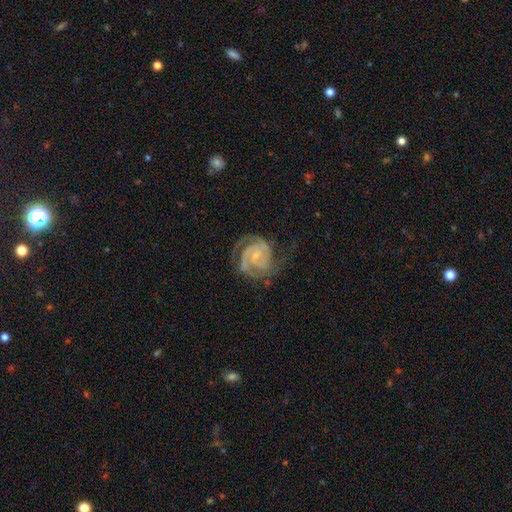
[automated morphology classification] Smooth or featured? Predicted: featured or disk (p=0.90). Edge-on disk? Predicted: no (p=0.98). Bar? Predicted: no (p=0.58). Spiral arms? Predicted: yes (p=0.98). Spiral winding? Predicted: tight (p=0.61). Spiral arm count? Predicted: 2 (p=0.45). Bulge size? Predicted: small (p=0.75). Merging? Predicted: none (p=0.65).